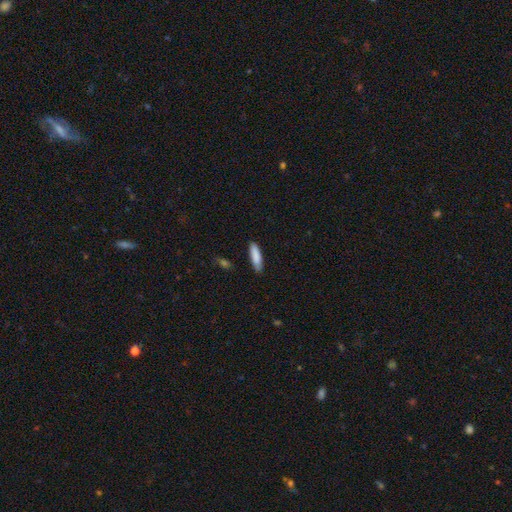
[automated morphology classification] smooth_or_featured: smooth (p=0.87) [alt: featured or disk p=0.07]
how_rounded: cigar-shaped (p=0.67) [alt: in between p=0.31]
merging: none (p=0.85) [alt: minor disturbance p=0.12]